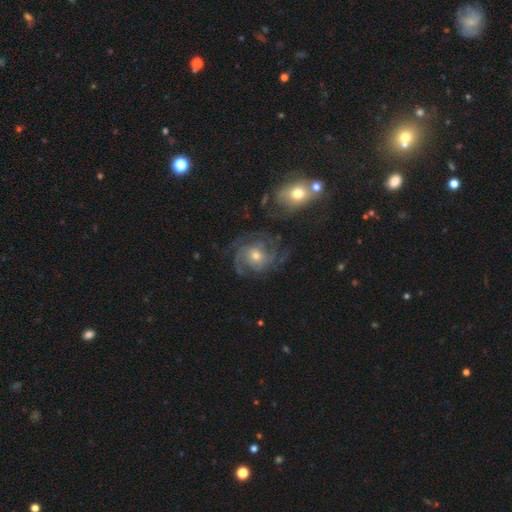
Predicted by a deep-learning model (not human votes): A featured or disk galaxy (86%) with no bar (75%), 3 (36%) tight (54%) spiral arms (96%) and a moderate central bulge (48%).

Vote fractions:
- Smooth or featured? featured or disk: 86% / smooth: 7% / star or artifact: 7%
- Edge-on disk? no: 98% / yes: 2%
- Bar? no: 75% / weak: 20% / strong: 5%
- Spiral arms? yes: 96% / no: 4%
- Spiral winding? tight: 54% / medium: 36% / loose: 10%
- Spiral arm count? 3: 36% / can't tell: 20% / 2: 15% / 4: 15% / more than 4: 7% / 1: 7%
- Bulge size? moderate: 48% / small: 47% / large: 3% / none: 1% / dominant: 1%
- Merging? none: 66% / minor disturbance: 16% / major disturbance: 13% / merger: 5%